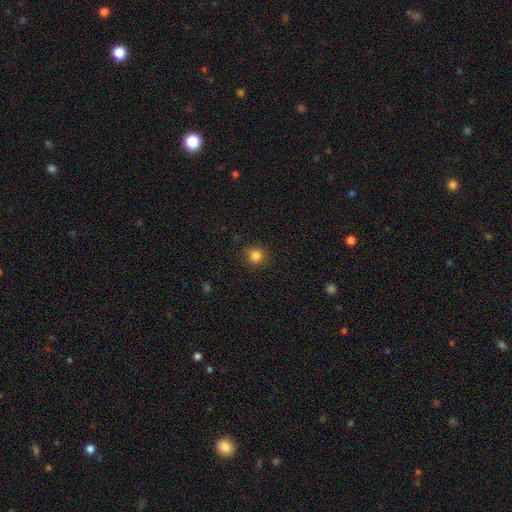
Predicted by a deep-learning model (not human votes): smooth-or-featured: smooth: 83% | star or artifact: 13% | featured or disk: 5%
  how-rounded: round: 88% | in between: 11% | cigar-shaped: 1%
  merging: none: 85% | minor disturbance: 11% | major disturbance: 3% | merger: 1%